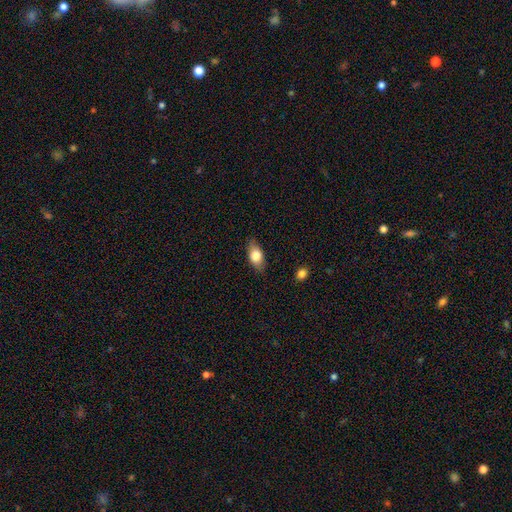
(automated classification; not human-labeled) This is likely a smooth galaxy (74%). How rounded: clearly in between (84%). Merging: clearly none (83%).